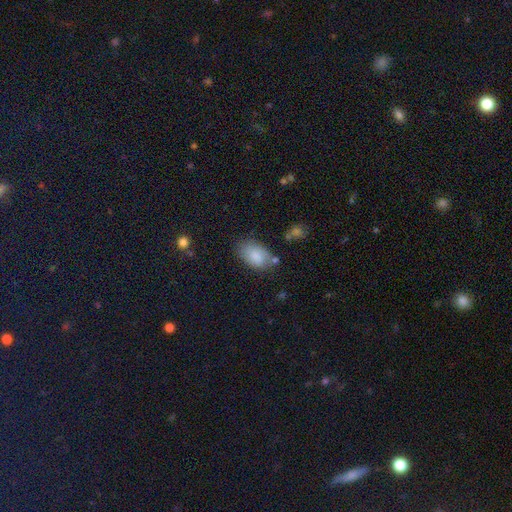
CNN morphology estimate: Overall: smooth (84%). How rounded: in between (91%). Merging: none (66%).